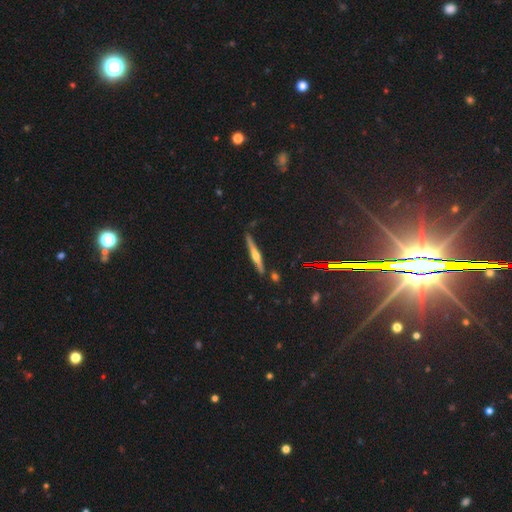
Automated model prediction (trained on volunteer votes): Q: Smooth or featured?
A: featured or disk (67%); runner-up: smooth (22%)
Q: Edge-on disk?
A: yes (97%); runner-up: no (3%)
Q: Edge-on bulge?
A: rounded (79%); runner-up: boxy (12%)
Q: Merging?
A: none (84%); runner-up: minor disturbance (11%)